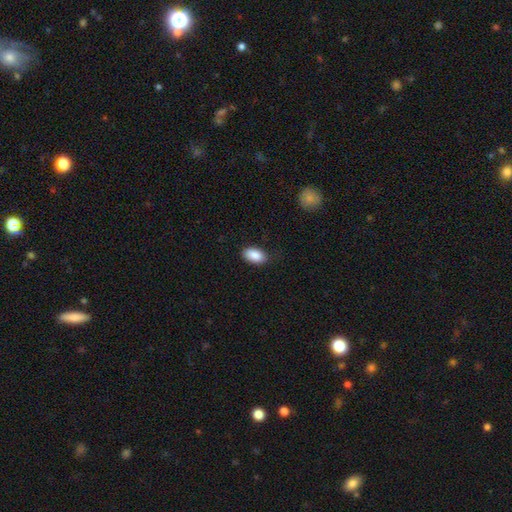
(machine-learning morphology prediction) Q: Smooth or featured?
A: smooth (89%); runner-up: star or artifact (7%)
Q: How rounded?
A: in between (93%); runner-up: round (4%)
Q: Merging?
A: none (82%); runner-up: minor disturbance (14%)